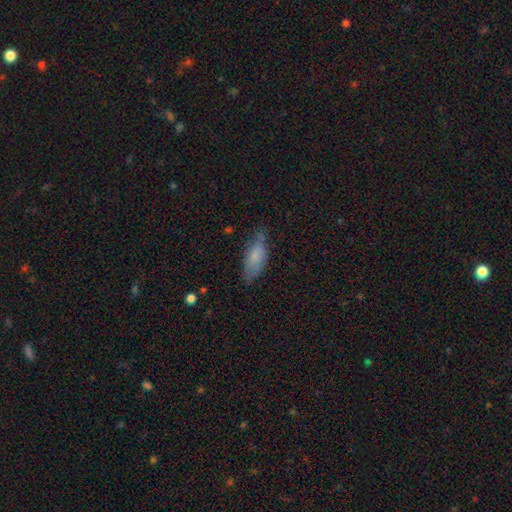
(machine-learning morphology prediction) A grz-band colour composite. It shows a smooth galaxy with no disk features (75%) that is in between round and cigar-shaped (72%). Merging: none (62%).